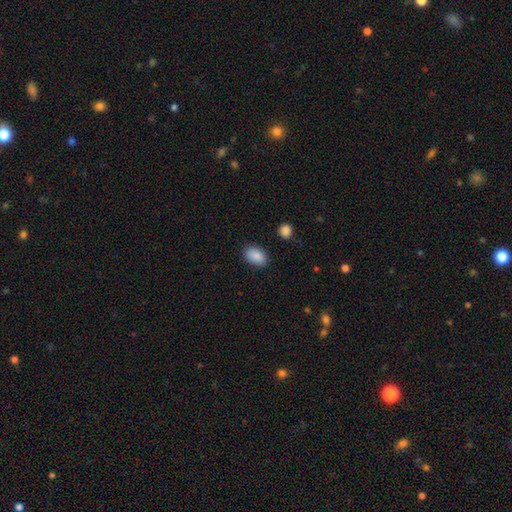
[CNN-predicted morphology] Smooth or featured? Predicted: smooth (p=0.89). How rounded? Predicted: in between (p=0.90). Merging? Predicted: none (p=0.86).